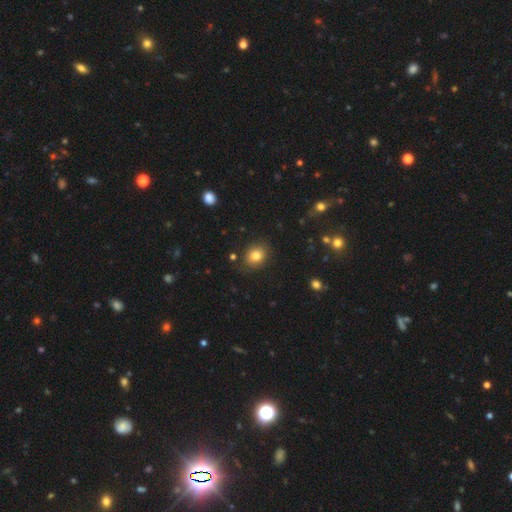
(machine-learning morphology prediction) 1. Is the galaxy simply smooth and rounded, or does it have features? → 81% smooth, 11% star or artifact, 8% featured or disk.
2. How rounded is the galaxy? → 54% round, 45% in between, 1% cigar-shaped.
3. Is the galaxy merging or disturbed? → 84% none, 12% minor disturbance, 3% major disturbance, 2% merger.